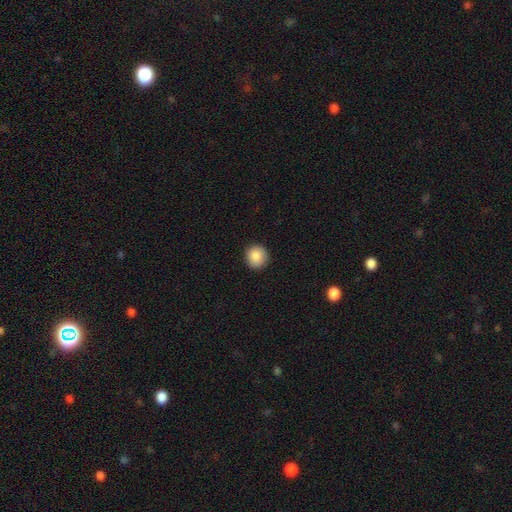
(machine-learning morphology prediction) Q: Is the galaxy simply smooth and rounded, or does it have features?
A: smooth — 87%.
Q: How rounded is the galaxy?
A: round — 90%.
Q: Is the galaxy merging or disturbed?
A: none — 91%.